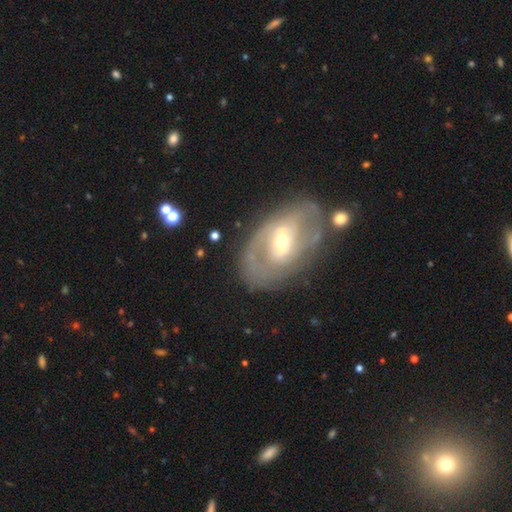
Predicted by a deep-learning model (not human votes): Smooth or featured? Predicted: featured or disk (p=0.76). Edge-on disk? Predicted: no (p=0.93). Bar? Predicted: weak (p=0.48). Spiral arms? Predicted: yes (p=0.75). Spiral winding? Predicted: tight (p=0.50). Spiral arm count? Predicted: 2 (p=0.52). Bulge size? Predicted: moderate (p=0.57). Merging? Predicted: none (p=0.69).